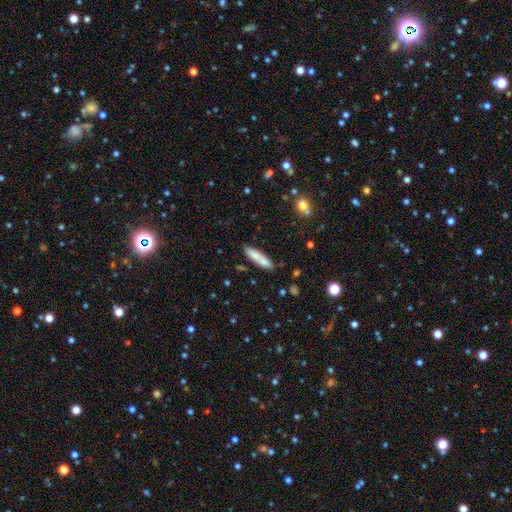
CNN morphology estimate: Q: Smooth or featured?
A: smooth (73%); runner-up: featured or disk (20%)
Q: How rounded?
A: cigar-shaped (72%); runner-up: in between (26%)
Q: Merging?
A: none (65%); runner-up: merger (17%)